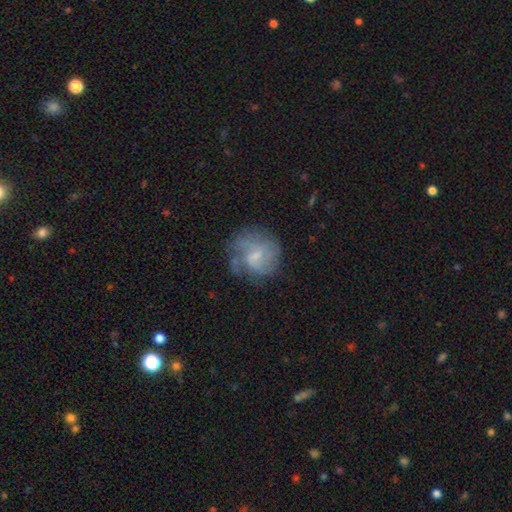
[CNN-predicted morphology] A featured or disk galaxy (57%) with a weak bar (51%), spiral arms (74%) and a small central bulge (54%). Merging: none (54%).